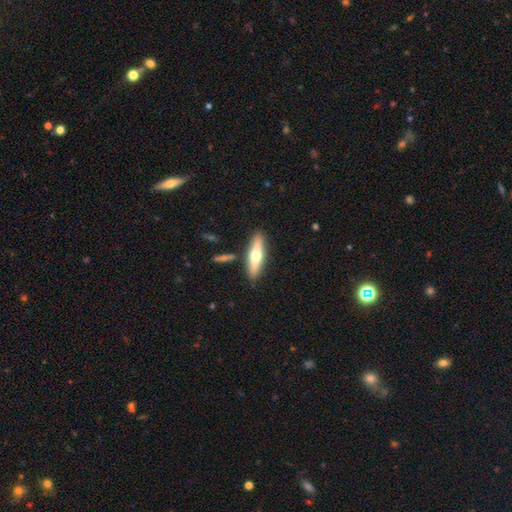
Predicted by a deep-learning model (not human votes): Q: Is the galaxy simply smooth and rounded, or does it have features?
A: featured or disk — 48%.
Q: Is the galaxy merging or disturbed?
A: none — 85%.